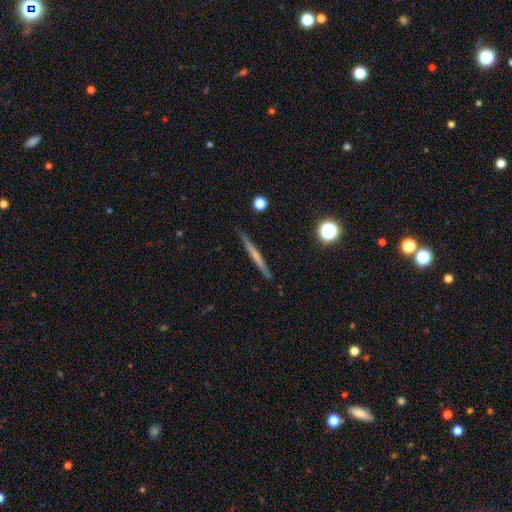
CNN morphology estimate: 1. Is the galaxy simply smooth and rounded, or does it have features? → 50% featured or disk, 43% smooth, 7% star or artifact.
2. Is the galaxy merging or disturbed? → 91% none, 6% minor disturbance, 1% major disturbance, 1% merger.